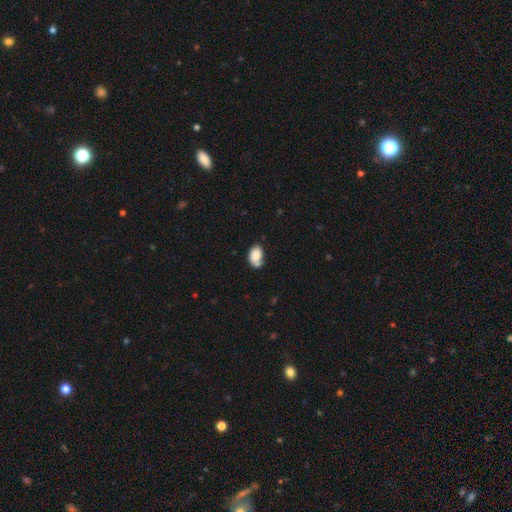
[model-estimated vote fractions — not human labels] The model was most divided on "merging": none: 54%, minor disturbance: 24%, merger: 15%, major disturbance: 7%. More confident: how rounded — in between (86%); smooth or featured — smooth (82%).